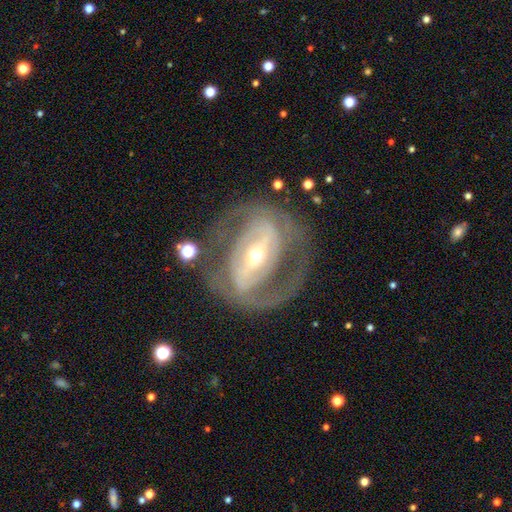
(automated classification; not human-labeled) Smooth or featured? featured or disk (84%)
Edge-on disk? no (94%)
Bar? strong (59%)
Spiral arms? yes (76%)
Spiral winding? tight (44%)
Spiral arm count? 2 (69%)
Bulge size? small (54%)
Merging? none (67%)